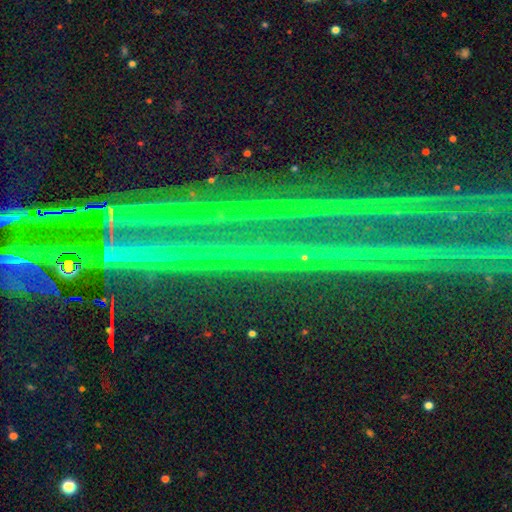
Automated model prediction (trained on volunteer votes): Q: Smooth or featured?
A: star or artifact (89%); runner-up: featured or disk (6%)